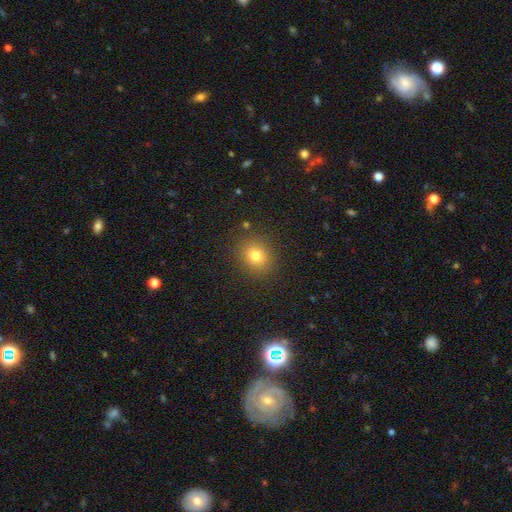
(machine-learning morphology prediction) Smooth or featured? Predicted: smooth (p=0.77). How rounded? Predicted: round (p=0.72). Merging? Predicted: none (p=0.87).